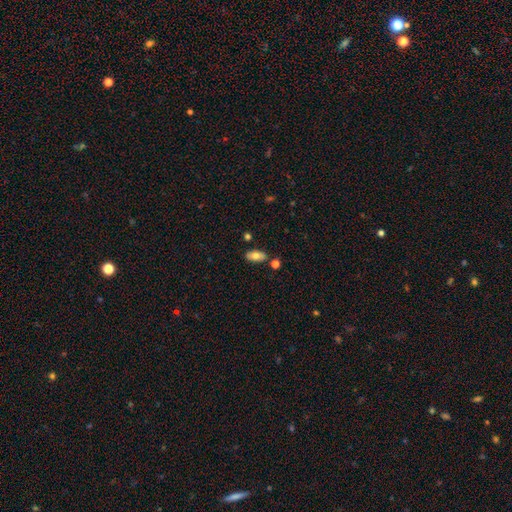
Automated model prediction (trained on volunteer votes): The model was most divided on "smooth or featured": smooth: 73%, featured or disk: 20%, star or artifact: 7%. More confident: how rounded — in between (91%); merging — none (81%).